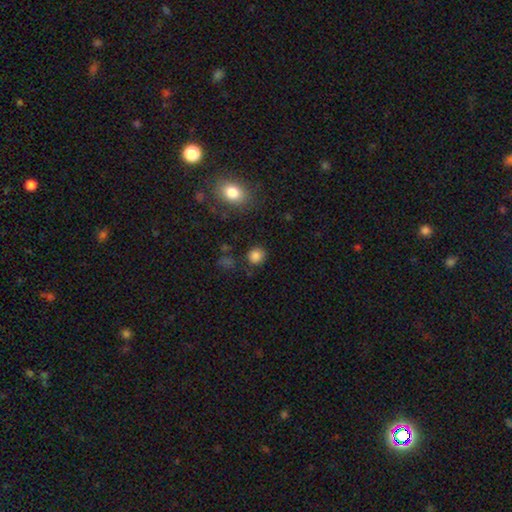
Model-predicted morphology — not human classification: The model was most divided on "how rounded": round: 84%, in between: 15%, cigar-shaped: 1%. More confident: merging — none (85%); smooth or featured — smooth (84%).